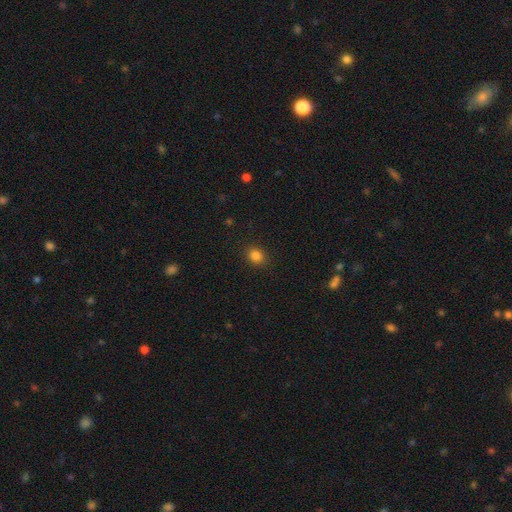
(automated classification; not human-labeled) Smooth or featured? smooth (84%)
How rounded? round (66%)
Merging? none (89%)